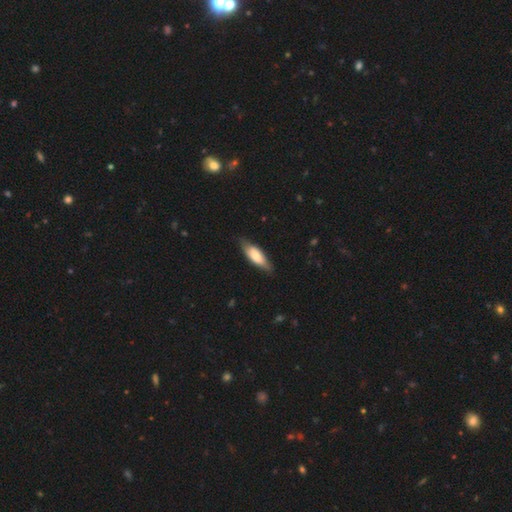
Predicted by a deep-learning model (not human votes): This is likely a smooth galaxy (69%). How rounded: possibly in between (58%). Merging: likely none (79%).